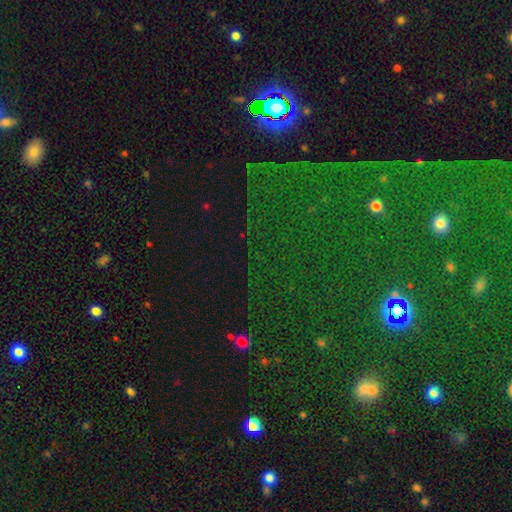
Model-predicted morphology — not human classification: Overall: star or artifact (79%).